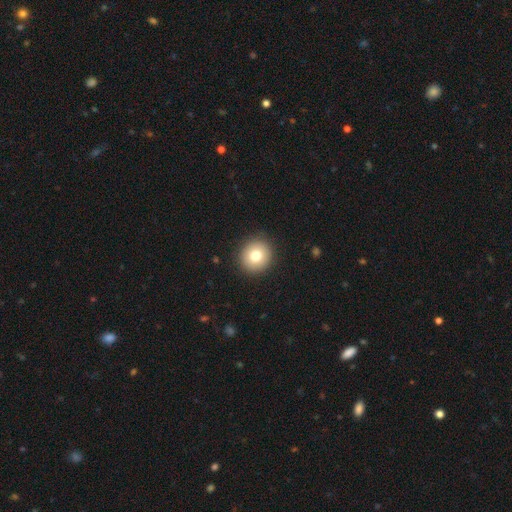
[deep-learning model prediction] smooth 77%, featured or disk 13%, star or artifact 10%. Down the decision tree: how rounded — round (91%); merging — none (91%).